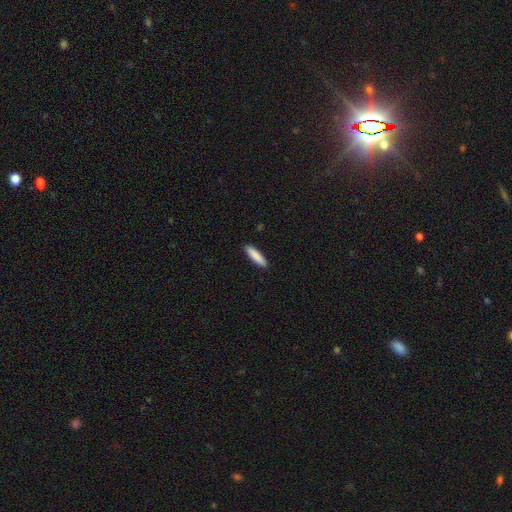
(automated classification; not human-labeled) smooth_or_featured: smooth (p=0.88) [alt: featured or disk p=0.07]
how_rounded: cigar-shaped (p=0.76) [alt: in between p=0.23]
merging: none (p=0.91) [alt: minor disturbance p=0.07]